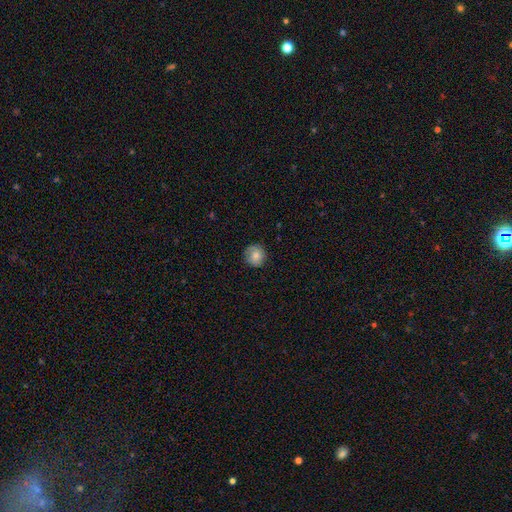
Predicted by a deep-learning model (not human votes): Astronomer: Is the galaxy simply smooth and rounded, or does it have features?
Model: smooth — 80%.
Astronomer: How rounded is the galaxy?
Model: round — 91%.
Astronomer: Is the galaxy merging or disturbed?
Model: none — 81%.